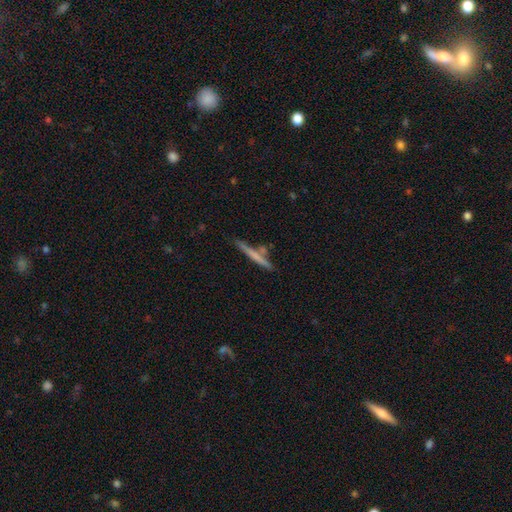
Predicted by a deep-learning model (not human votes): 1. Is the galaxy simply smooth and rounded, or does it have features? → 54% smooth, 40% featured or disk, 6% star or artifact.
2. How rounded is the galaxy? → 95% cigar-shaped, 3% in between, 2% round.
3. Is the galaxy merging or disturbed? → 76% none, 12% minor disturbance, 10% merger, 3% major disturbance.